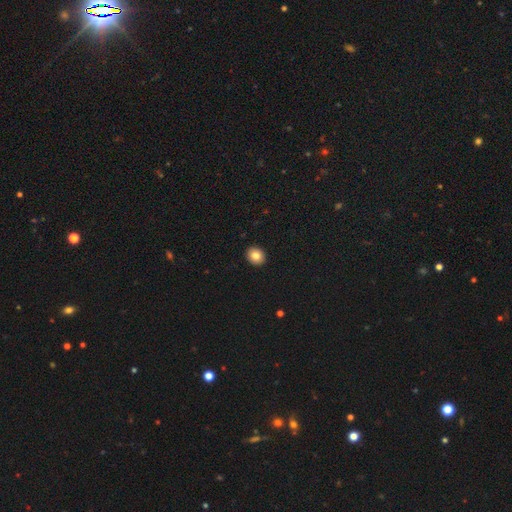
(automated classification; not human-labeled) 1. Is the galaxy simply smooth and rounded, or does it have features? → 83% smooth, 9% star or artifact, 8% featured or disk.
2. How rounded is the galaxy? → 68% round, 31% in between, 1% cigar-shaped.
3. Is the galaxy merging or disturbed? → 93% none, 5% minor disturbance, 1% major disturbance, 1% merger.